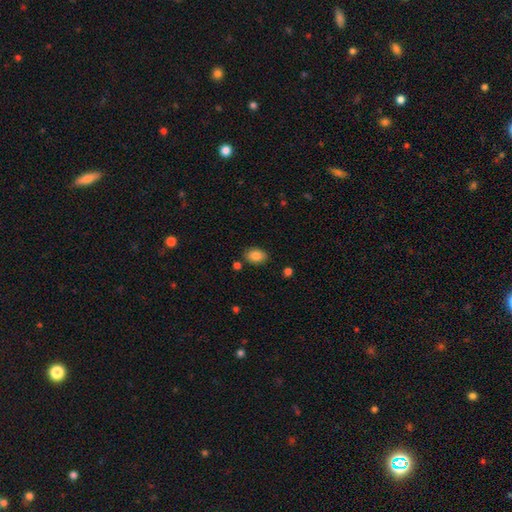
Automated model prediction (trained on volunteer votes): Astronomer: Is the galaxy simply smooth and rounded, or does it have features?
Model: smooth — 86%.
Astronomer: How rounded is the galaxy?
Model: in between — 81%.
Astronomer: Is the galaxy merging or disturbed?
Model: none — 83%.